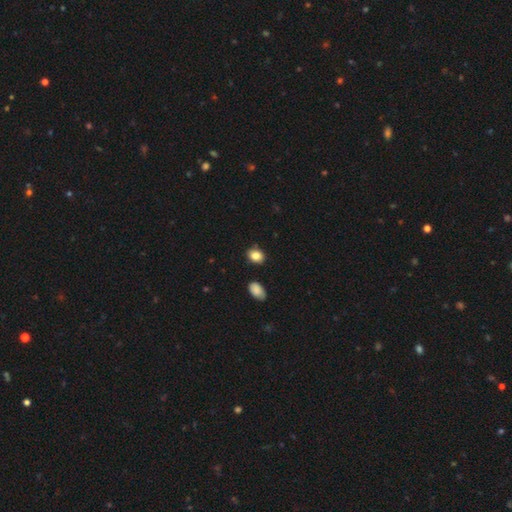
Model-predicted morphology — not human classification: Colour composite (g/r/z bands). It shows a smooth galaxy with no disk features (85%) that is in between round and cigar-shaped (59%). Merging: none (82%).